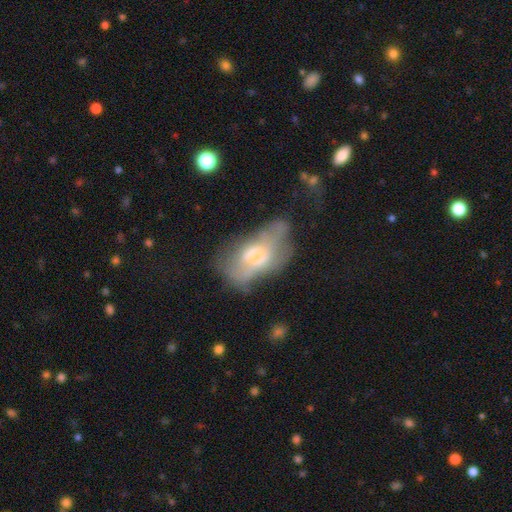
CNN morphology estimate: Smooth or featured? Predicted: featured or disk (p=0.48). Merging? Predicted: major disturbance (p=0.35).